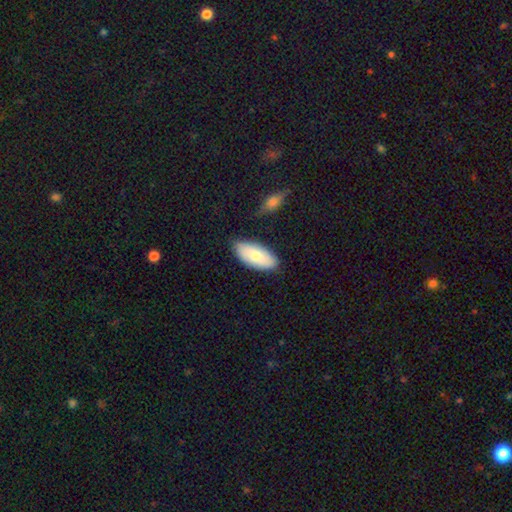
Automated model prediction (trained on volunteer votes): This is likely a smooth galaxy (77%). How rounded: clearly in between (91%). Merging: likely none (80%).